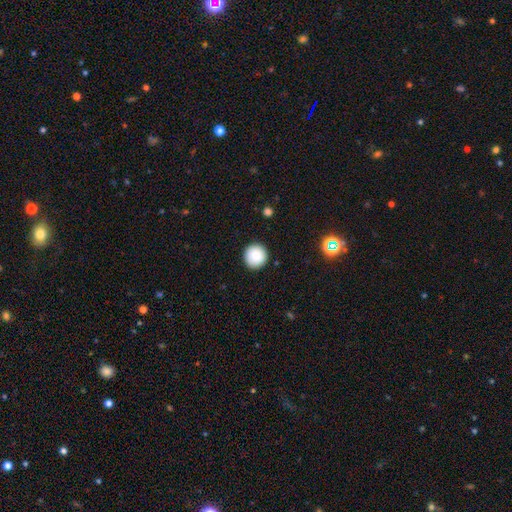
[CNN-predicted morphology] type=smooth (87%); roundness=round (94%); merging=none (92%).